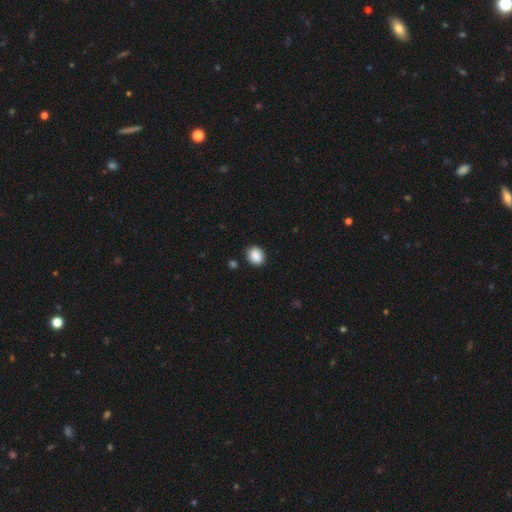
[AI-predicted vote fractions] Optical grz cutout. It shows a smooth galaxy with no disk features (89%) that is round (51%). Merging: none (87%).